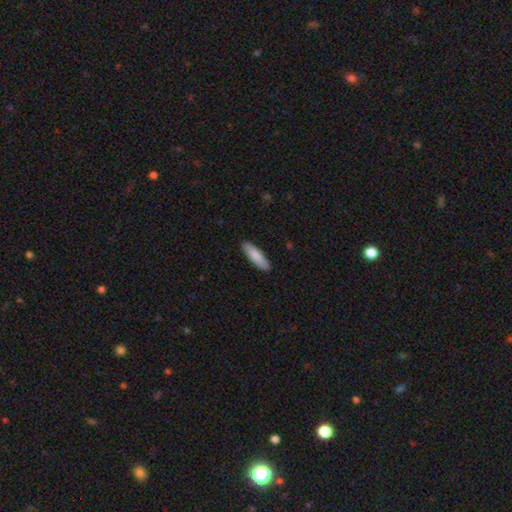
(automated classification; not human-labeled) Smooth or featured?
  - smooth: 85% *
  - featured or disk: 10%
  - star or artifact: 5%
How rounded?
  - cigar-shaped: 64% *
  - in between: 34%
  - round: 1%
Merging?
  - none: 90% *
  - minor disturbance: 8%
  - major disturbance: 2%
  - merger: 1%